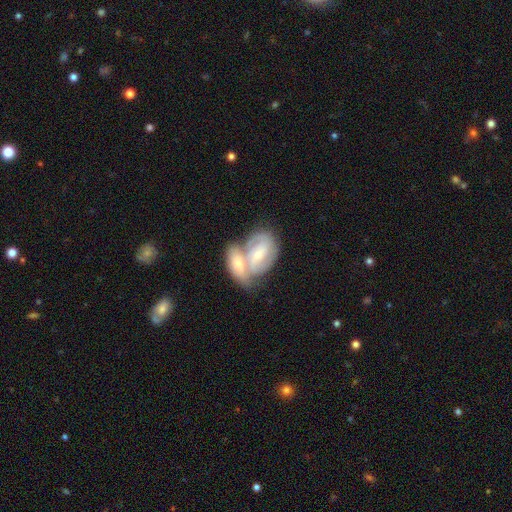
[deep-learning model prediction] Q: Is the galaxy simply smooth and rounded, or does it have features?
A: featured or disk — 68%.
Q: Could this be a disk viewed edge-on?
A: no — 95%.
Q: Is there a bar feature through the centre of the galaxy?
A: weak — 43%.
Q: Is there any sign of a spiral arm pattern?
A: yes — 84%.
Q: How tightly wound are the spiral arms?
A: tight — 52%.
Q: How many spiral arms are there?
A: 2 — 55%.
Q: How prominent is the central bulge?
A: small — 50%.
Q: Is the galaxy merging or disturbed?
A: merger — 68%.